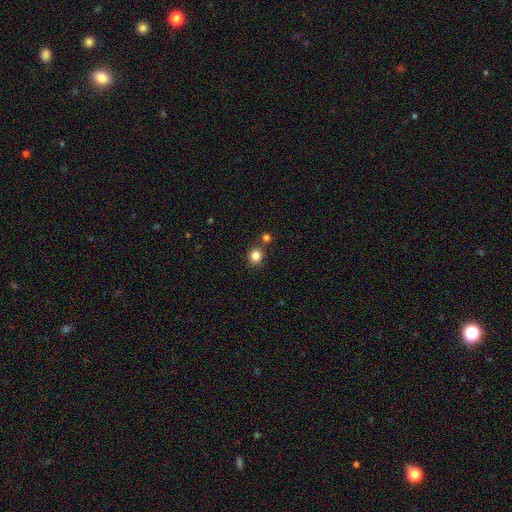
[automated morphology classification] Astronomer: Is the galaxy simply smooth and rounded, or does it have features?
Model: smooth — 83%.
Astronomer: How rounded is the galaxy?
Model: round — 80%.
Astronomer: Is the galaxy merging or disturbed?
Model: none — 76%.